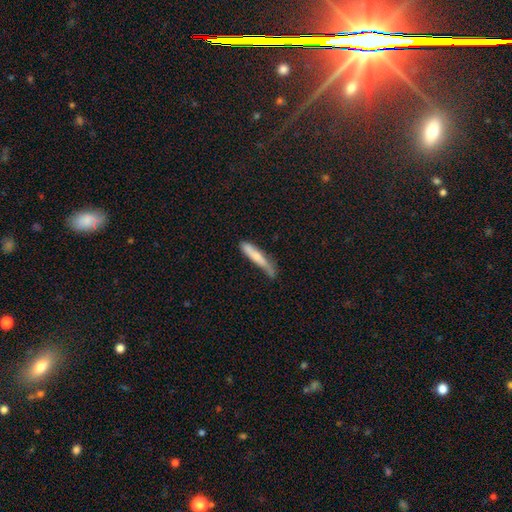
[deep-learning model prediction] Smooth or featured?
  - smooth: 68% *
  - featured or disk: 26%
  - star or artifact: 6%
How rounded?
  - cigar-shaped: 92% *
  - in between: 7%
  - round: 1%
Merging?
  - none: 54% *
  - minor disturbance: 33%
  - major disturbance: 10%
  - merger: 3%